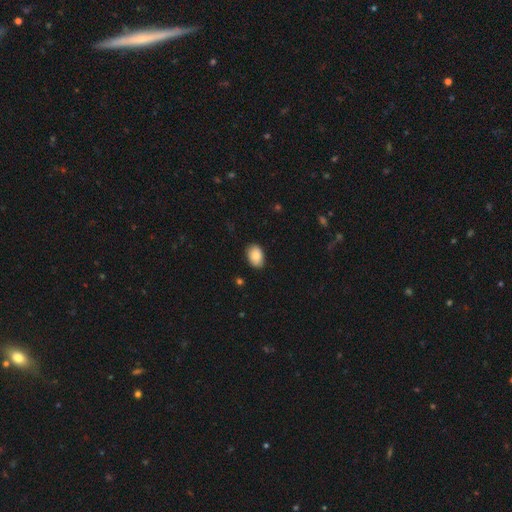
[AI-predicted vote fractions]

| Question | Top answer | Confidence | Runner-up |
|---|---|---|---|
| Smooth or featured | smooth | 87% | star or artifact (7%) |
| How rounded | in between | 84% | round (15%) |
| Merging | none | 84% | minor disturbance (13%) |